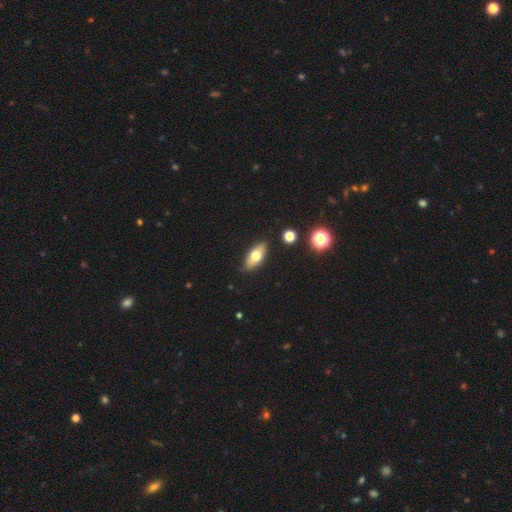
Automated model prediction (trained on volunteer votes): A smooth galaxy with no disk features (65%) that is in between round and cigar-shaped (79%). Merging: none (87%).